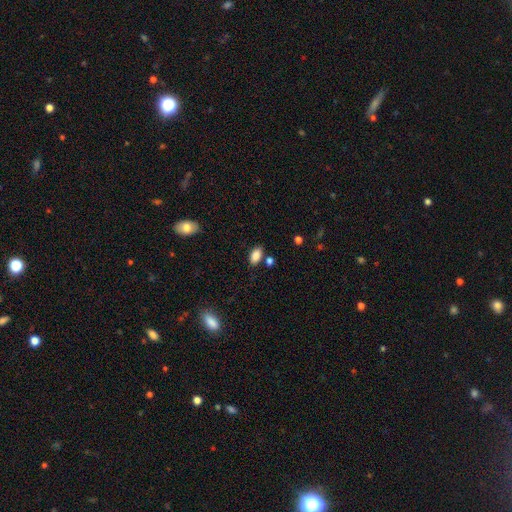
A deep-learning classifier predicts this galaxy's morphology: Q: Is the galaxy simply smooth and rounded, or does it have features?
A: smooth — 86%.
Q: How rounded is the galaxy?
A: in between — 91%.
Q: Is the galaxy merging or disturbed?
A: none — 77%.